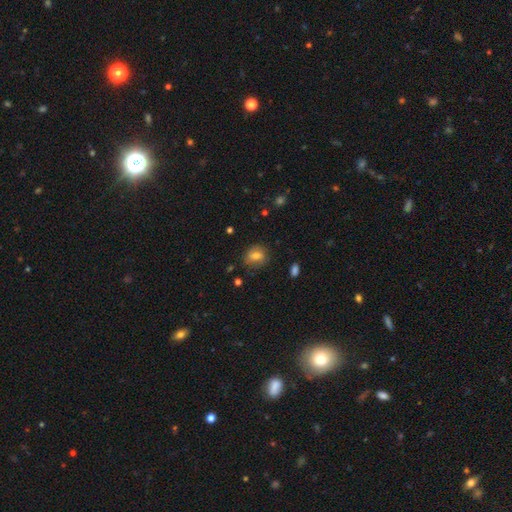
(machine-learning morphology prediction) Smooth or featured? smooth (76%)
How rounded? in between (50%)
Merging? none (73%)